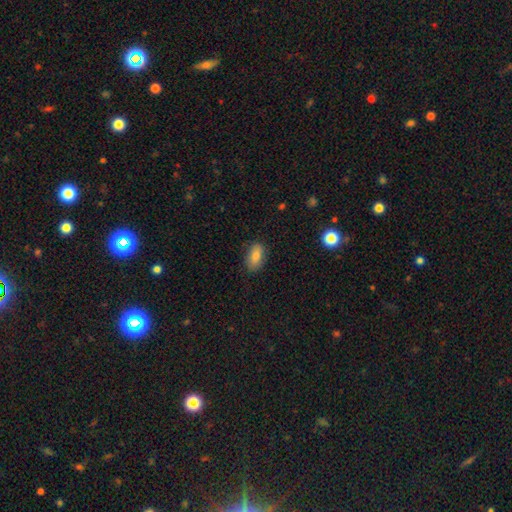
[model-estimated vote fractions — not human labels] Smooth or featured?
  - smooth: 80% *
  - featured or disk: 12%
  - star or artifact: 8%
How rounded?
  - in between: 90% *
  - round: 6%
  - cigar-shaped: 5%
Merging?
  - none: 85% *
  - minor disturbance: 12%
  - major disturbance: 2%
  - merger: 1%